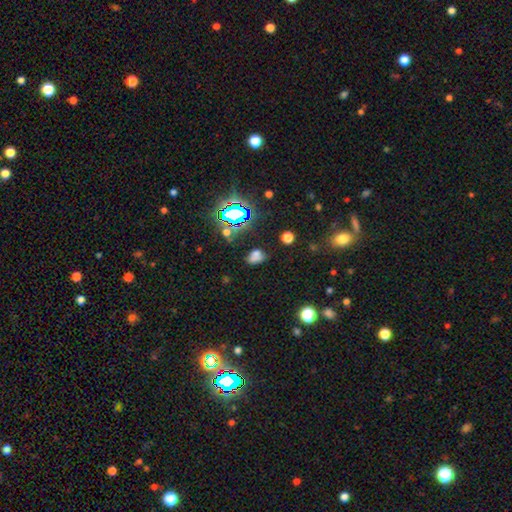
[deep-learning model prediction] Overall: smooth (60%; star or artifact 30%). How rounded: in between (75%). Merging: none (60%; minor disturbance 21%).